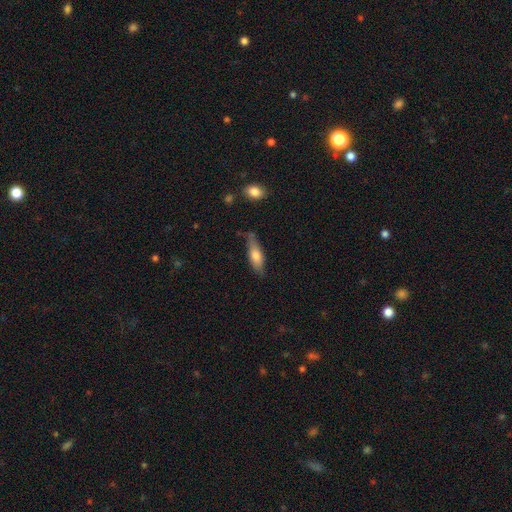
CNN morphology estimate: Smooth or featured?
  - smooth: 66% *
  - featured or disk: 27%
  - star or artifact: 6%
How rounded?
  - in between: 51% *
  - cigar-shaped: 46%
  - round: 2%
Merging?
  - none: 61% *
  - minor disturbance: 28%
  - major disturbance: 7%
  - merger: 4%